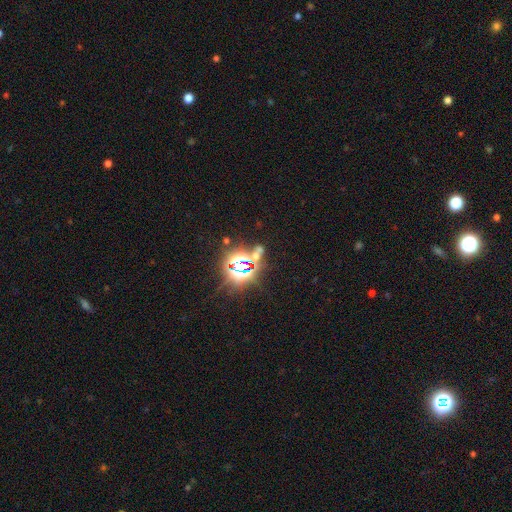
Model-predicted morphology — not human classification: Smooth or featured: star or artifact — 72% (smooth — 18%)